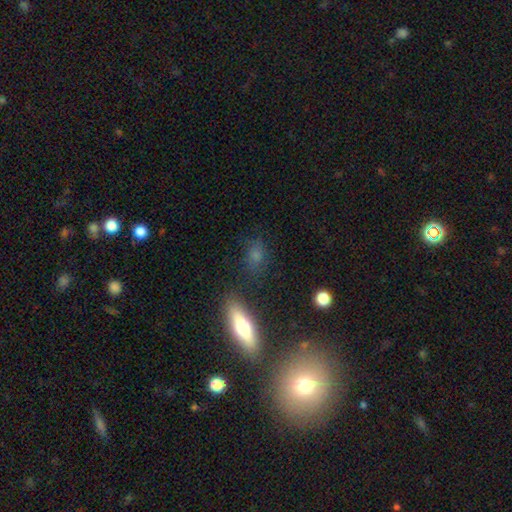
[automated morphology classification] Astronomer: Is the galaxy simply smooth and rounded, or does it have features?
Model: smooth — 68%.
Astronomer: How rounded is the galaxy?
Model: in between — 60%.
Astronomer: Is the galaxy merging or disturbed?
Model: none — 74%.